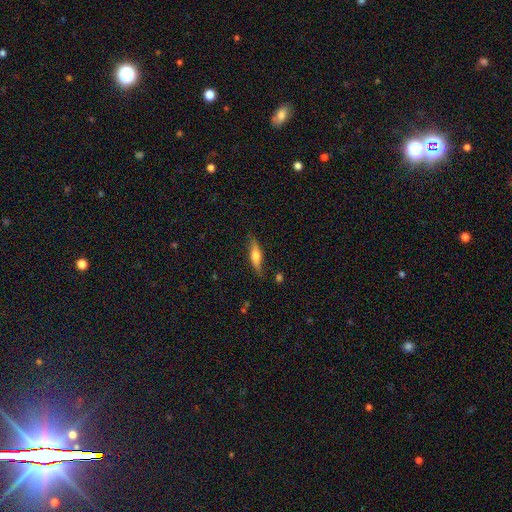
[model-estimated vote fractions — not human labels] Smooth or featured? Predicted: smooth (p=0.57). How rounded? Predicted: cigar-shaped (p=0.62). Merging? Predicted: none (p=0.77).